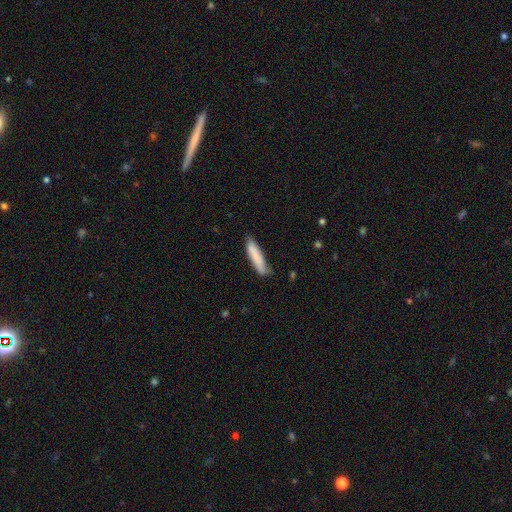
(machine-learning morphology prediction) Smooth or featured? smooth (82%)
How rounded? cigar-shaped (81%)
Merging? none (71%)